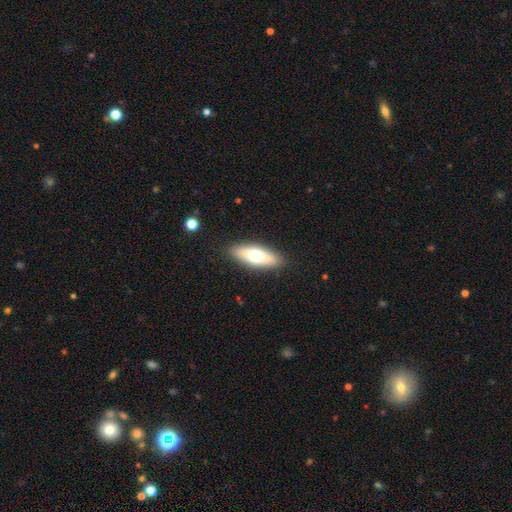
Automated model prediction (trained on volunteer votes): smooth_or_featured: smooth (p=0.62) [alt: featured or disk p=0.31]
how_rounded: in between (p=0.63) [alt: cigar-shaped p=0.34]
merging: none (p=0.87) [alt: minor disturbance p=0.09]